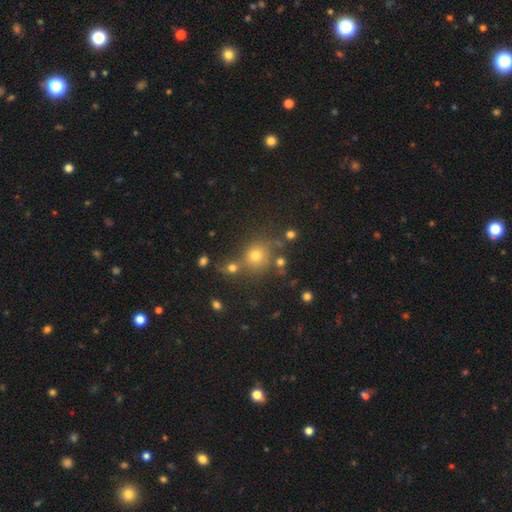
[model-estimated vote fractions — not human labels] This appears to be a smooth galaxy with no disk features (69%) that is round (84%). Merging: none (66%).